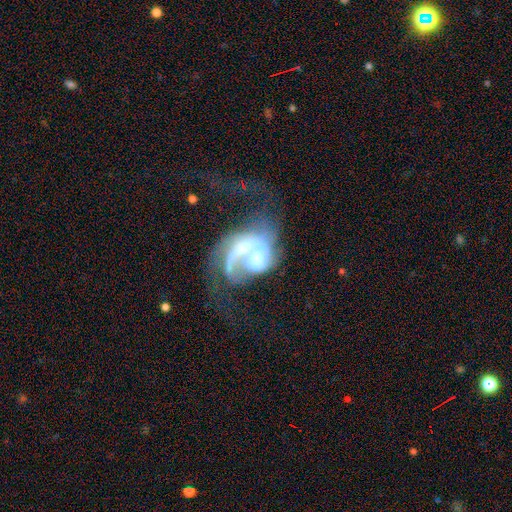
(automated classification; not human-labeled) featured or disk 76%, smooth 15%, star or artifact 9%. Down the decision tree: edge-on disk — no (97%); bar — no (54%); spiral arms — yes (66%); bulge size — moderate (49%); merging — merger (42%).